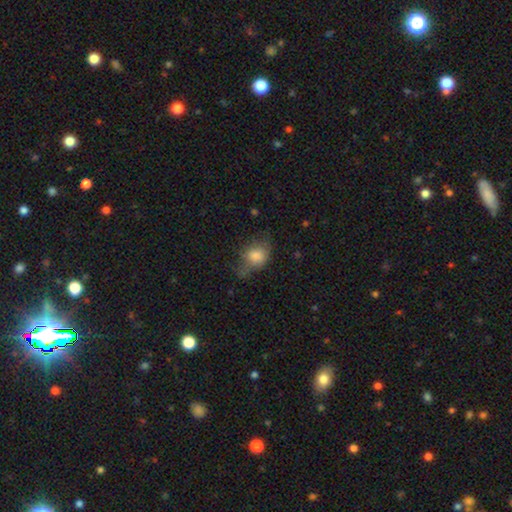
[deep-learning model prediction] The model was most divided on "merging": none: 39%, minor disturbance: 34%, major disturbance: 24%, merger: 3%. More confident: smooth or featured — smooth (75%); how rounded — in between (63%).